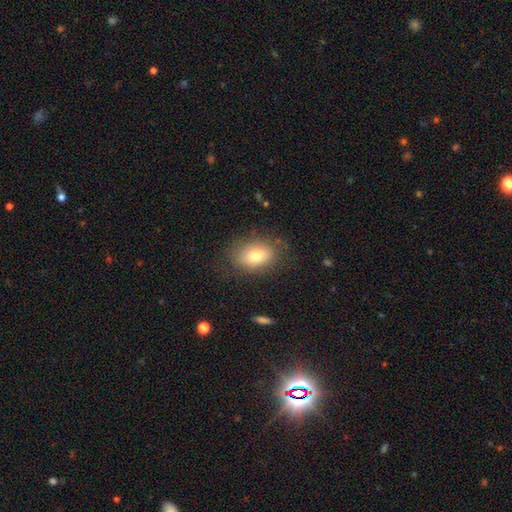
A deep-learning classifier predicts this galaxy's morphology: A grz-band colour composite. It shows a smooth galaxy with no disk features (76%) that is in between round and cigar-shaped (80%). Merging: none (77%).